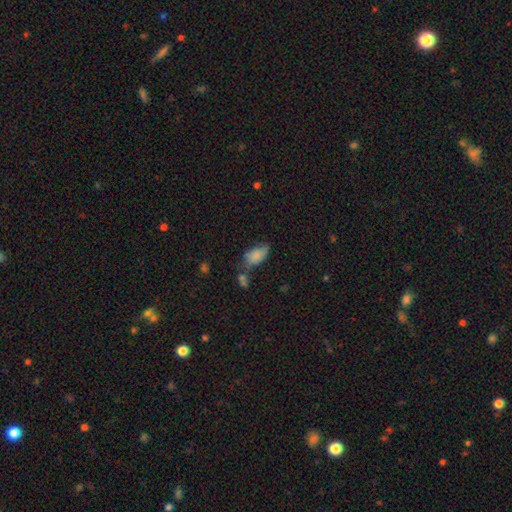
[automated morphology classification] A smooth galaxy with no disk features (78%) that is in between round and cigar-shaped (91%).

Vote fractions:
- Smooth or featured? smooth: 78% / featured or disk: 13% / star or artifact: 9%
- How rounded? in between: 91% / cigar-shaped: 5% / round: 4%
- Merging? none: 38% / minor disturbance: 31% / merger: 16% / major disturbance: 14%